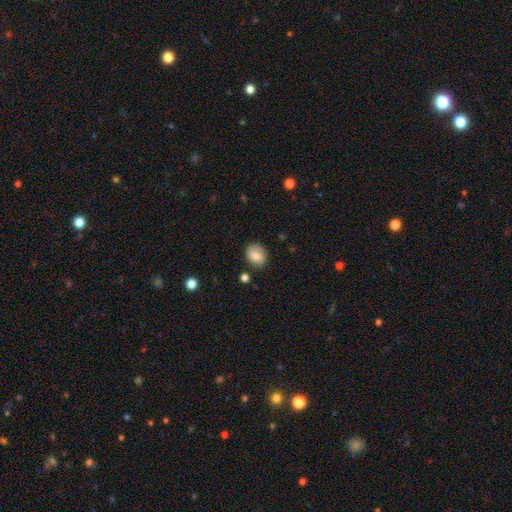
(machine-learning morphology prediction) Smooth or featured? Predicted: smooth (p=0.73). How rounded? Predicted: round (p=0.55). Merging? Predicted: none (p=0.77).